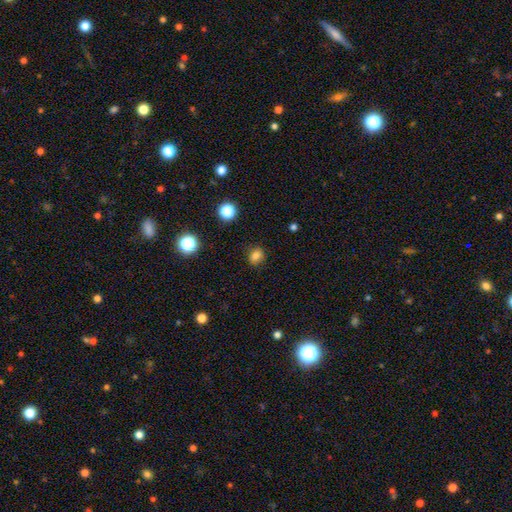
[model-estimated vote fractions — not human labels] The model was most divided on "how rounded": round: 60%, in between: 39%, cigar-shaped: 1%. More confident: merging — none (85%); smooth or featured — smooth (80%).